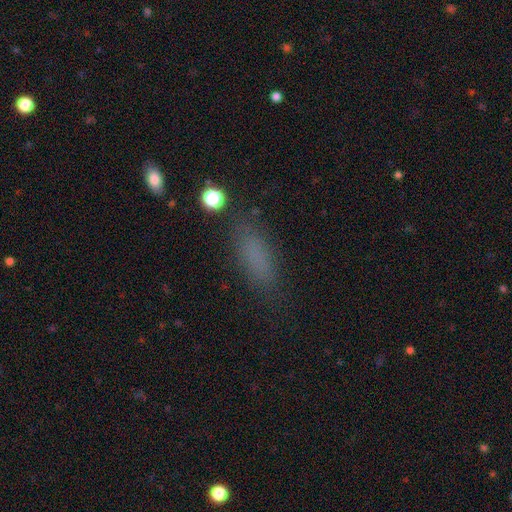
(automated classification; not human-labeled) smooth 76%, star or artifact 15%, featured or disk 9%. Down the decision tree: how rounded — in between (62%); merging — none (79%).